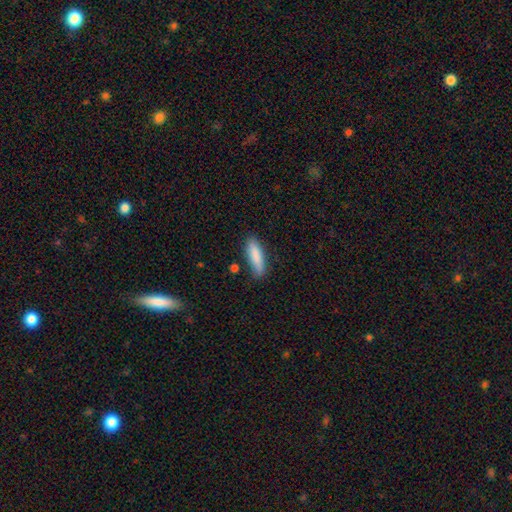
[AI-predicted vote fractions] The model was most divided on "how rounded": cigar-shaped: 61%, in between: 37%, round: 2%. More confident: smooth or featured — smooth (85%); merging — none (78%).